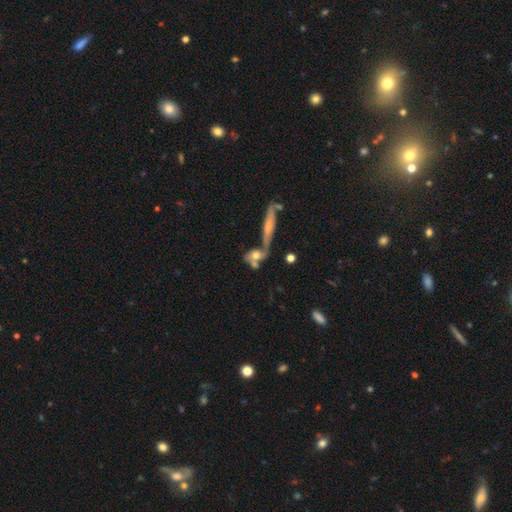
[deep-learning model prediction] smooth-or-featured: smooth: 51% | featured or disk: 39% | star or artifact: 10%
  how-rounded: in between: 49% | cigar-shaped: 26% | round: 25%
  merging: merger: 46% | none: 32% | minor disturbance: 12% | major disturbance: 10%